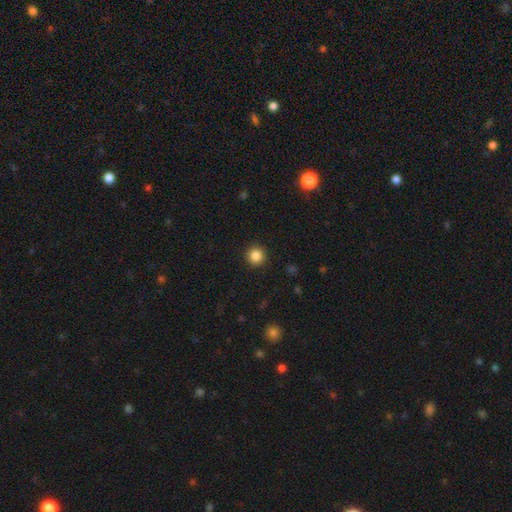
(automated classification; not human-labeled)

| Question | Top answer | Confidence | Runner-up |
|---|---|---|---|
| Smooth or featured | smooth | 86% | star or artifact (10%) |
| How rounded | round | 95% | in between (4%) |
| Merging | none | 93% | minor disturbance (5%) |